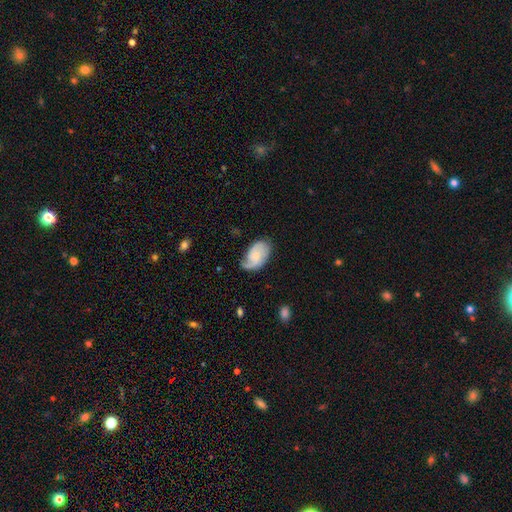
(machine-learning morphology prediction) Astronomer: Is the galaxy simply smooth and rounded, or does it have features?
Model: featured or disk — 61%.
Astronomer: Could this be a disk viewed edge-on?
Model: no — 96%.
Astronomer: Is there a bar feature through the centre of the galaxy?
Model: no — 67%.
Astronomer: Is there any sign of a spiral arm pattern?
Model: yes — 91%.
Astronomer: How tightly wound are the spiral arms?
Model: medium — 41% (runner-up: loose, 30%).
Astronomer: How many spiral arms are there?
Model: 2 — 56%.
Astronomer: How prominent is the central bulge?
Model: small — 52% (runner-up: moderate, 30%).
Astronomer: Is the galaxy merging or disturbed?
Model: none — 55% (runner-up: minor disturbance, 30%).